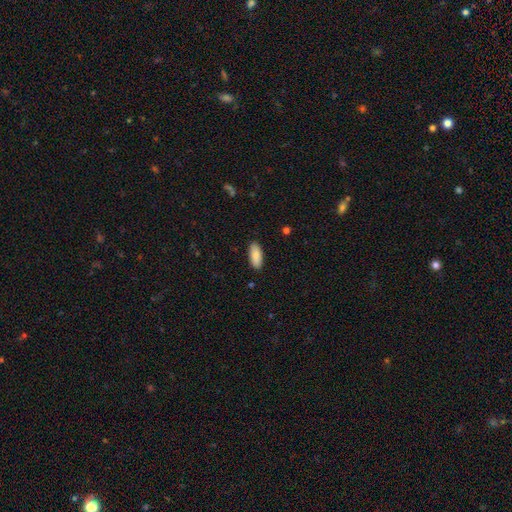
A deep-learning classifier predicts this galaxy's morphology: type=smooth (88%); roundness=in between (82%); merging=none (89%).